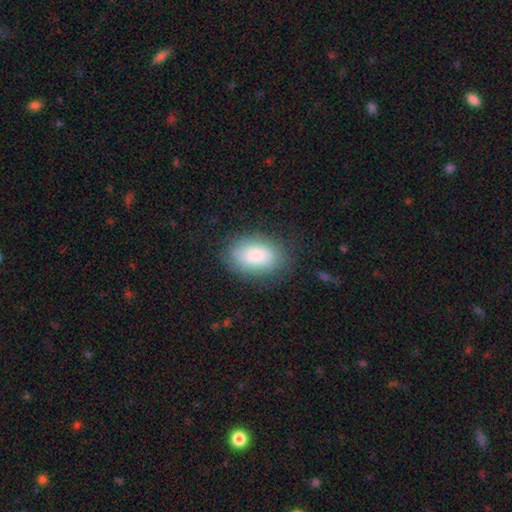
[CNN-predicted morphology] Smooth or featured? smooth (82%)
How rounded? in between (85%)
Merging? none (78%)